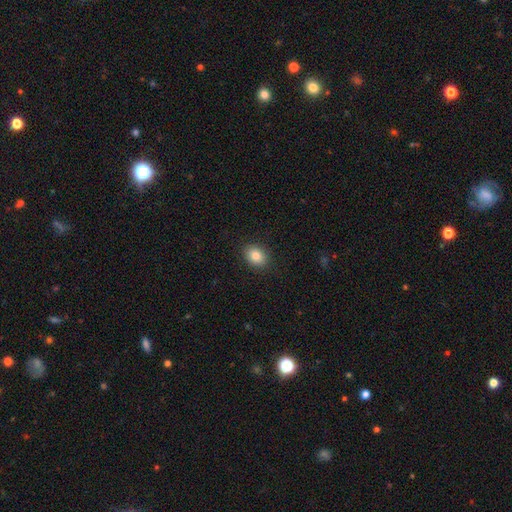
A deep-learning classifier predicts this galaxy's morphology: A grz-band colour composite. It shows a smooth galaxy with no disk features (84%) that is in between round and cigar-shaped (60%). Merging: none (89%).